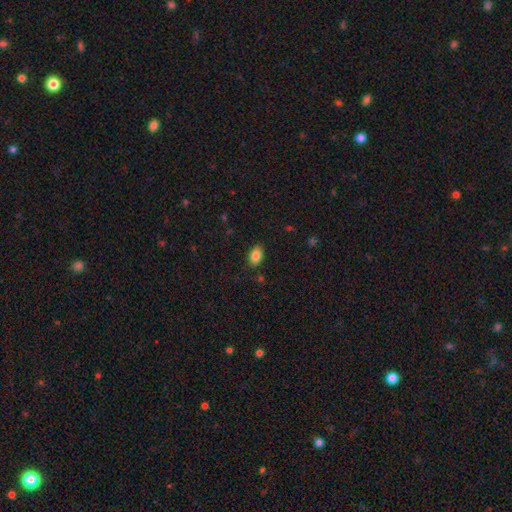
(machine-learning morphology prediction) Smooth or featured?
  - smooth: 85% *
  - star or artifact: 9%
  - featured or disk: 6%
How rounded?
  - in between: 89% *
  - round: 10%
  - cigar-shaped: 1%
Merging?
  - none: 84% *
  - minor disturbance: 12%
  - major disturbance: 3%
  - merger: 1%